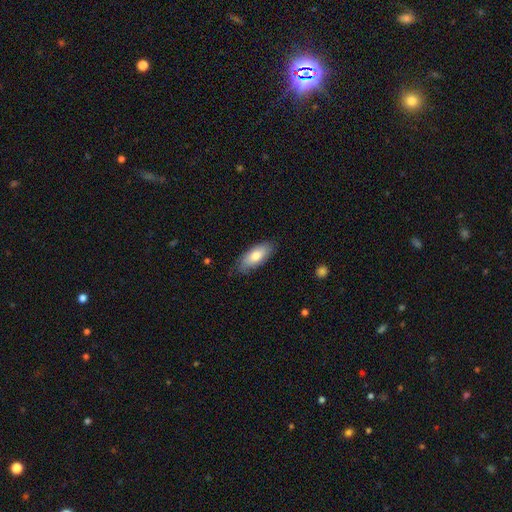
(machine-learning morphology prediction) Overall: smooth (78%). How rounded: in between (81%). Merging: none (79%).